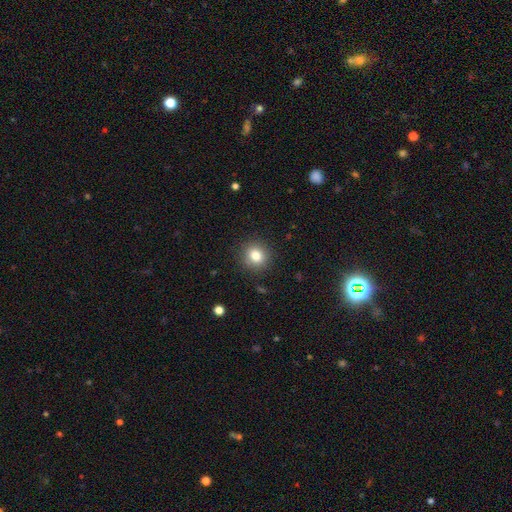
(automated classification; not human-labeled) This appears to be a smooth galaxy with no disk features (82%) that is round (84%). Merging: none (90%).